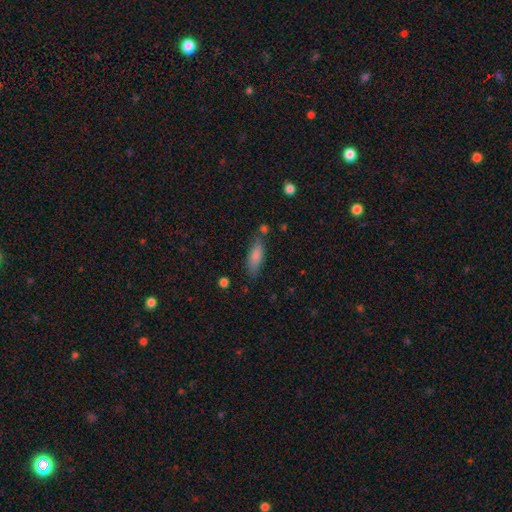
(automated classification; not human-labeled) Morphology: type=smooth (80%); roundness=in between (56%); merging=none (70%).